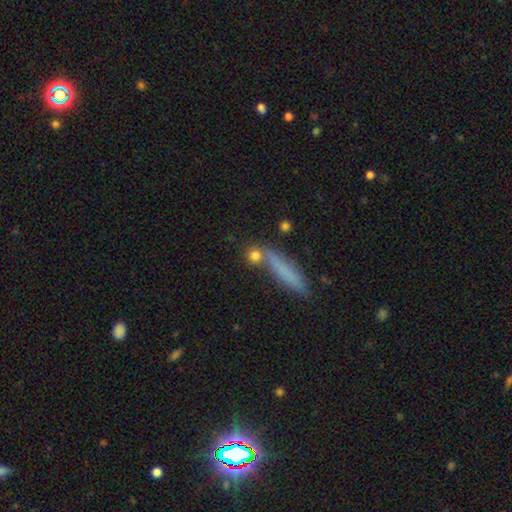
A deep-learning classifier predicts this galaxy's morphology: Overall: smooth (76%). How rounded: round (68%). Merging: none (68%).